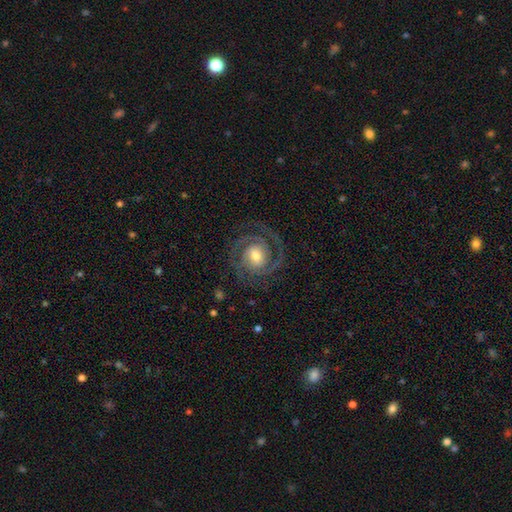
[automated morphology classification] Smooth or featured?
  - featured or disk: 90% *
  - smooth: 5%
  - star or artifact: 5%
Edge-on disk?
  - no: 98% *
  - yes: 2%
Bar?
  - no: 54% *
  - weak: 34%
  - strong: 13%
Spiral arms?
  - yes: 98% *
  - no: 2%
Spiral winding?
  - tight: 64% *
  - medium: 31%
  - loose: 5%
Spiral arm count?
  - 2: 73% *
  - 3: 12%
  - can't tell: 5%
  - 1: 3%
  - 4: 3%
  - more than 4: 3%
Bulge size?
  - moderate: 63% *
  - small: 26%
  - large: 8%
  - dominant: 1%
  - none: 1%
Merging?
  - none: 82% *
  - minor disturbance: 11%
  - major disturbance: 6%
  - merger: 1%